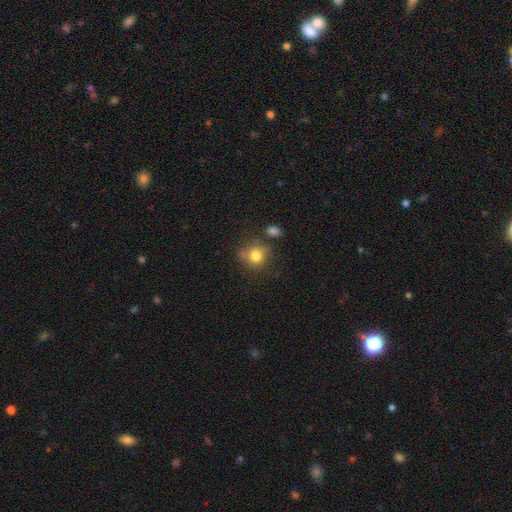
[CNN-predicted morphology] Smooth or featured? smooth (75%)
How rounded? round (71%)
Merging? none (55%)